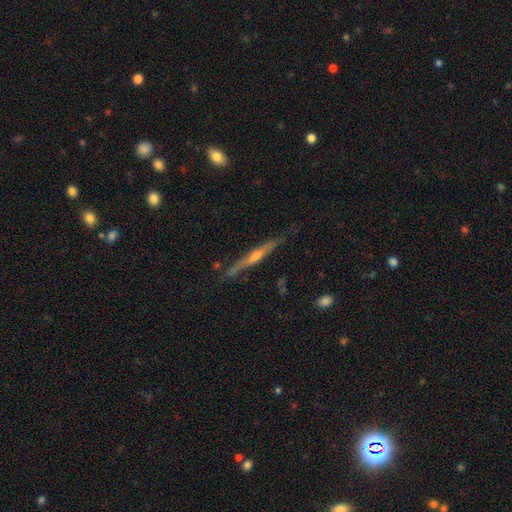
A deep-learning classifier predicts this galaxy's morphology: Overall: featured or disk (71%). Edge-on disk: yes (97%). Edge-on bulge: rounded (73%). Merging: none (83%).